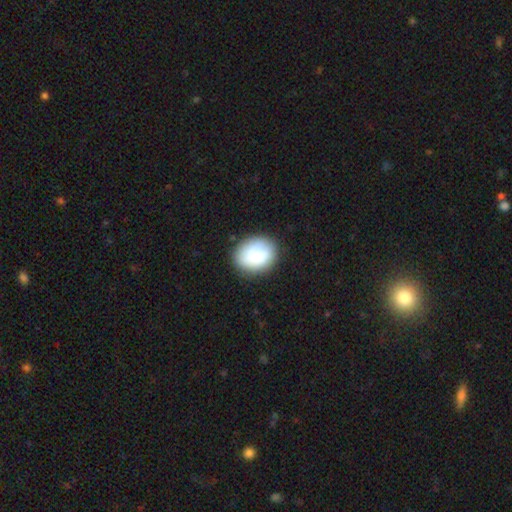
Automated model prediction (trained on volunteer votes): The model was most divided on "how rounded": in between: 51%, round: 48%, cigar-shaped: 1%. More confident: smooth or featured — smooth (77%); merging — none (76%).